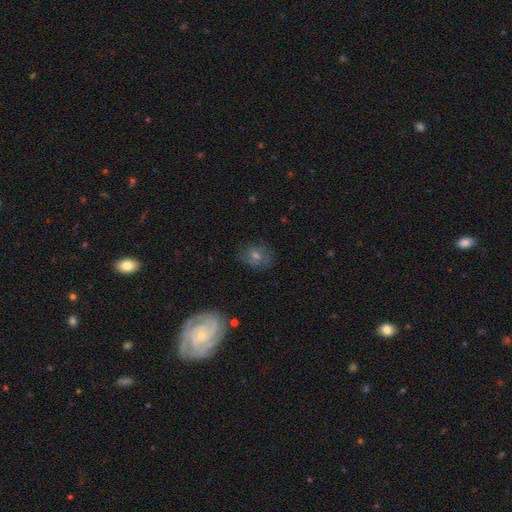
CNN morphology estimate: This appears to be a featured or disk galaxy (44%). Merging: none (76%).